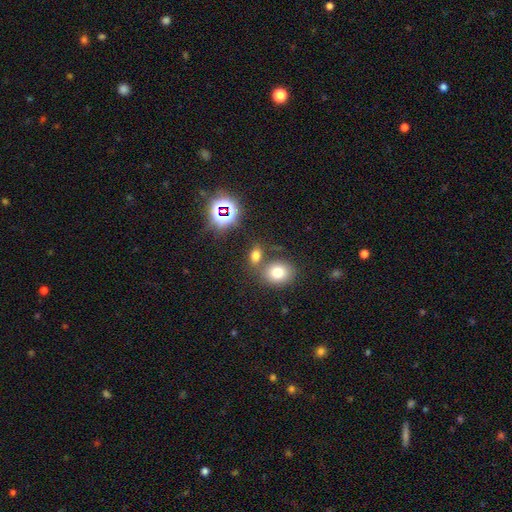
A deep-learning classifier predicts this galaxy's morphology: The model was most divided on "how rounded": in between: 65%, round: 32%, cigar-shaped: 3%. More confident: smooth or featured — smooth (69%); merging — none (61%).